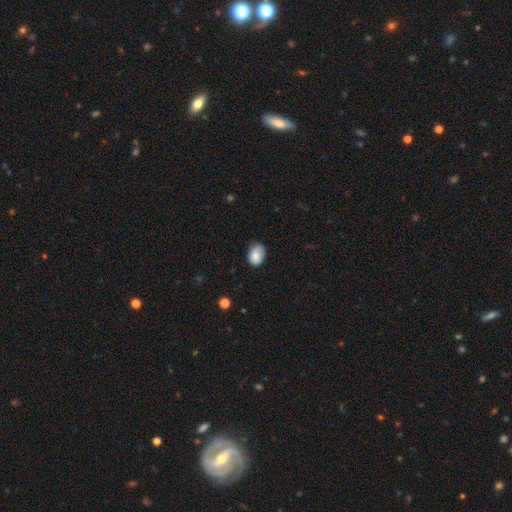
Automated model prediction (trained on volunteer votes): A smooth galaxy with no disk features (83%) that is in between round and cigar-shaped (71%). Merging: none (63%).